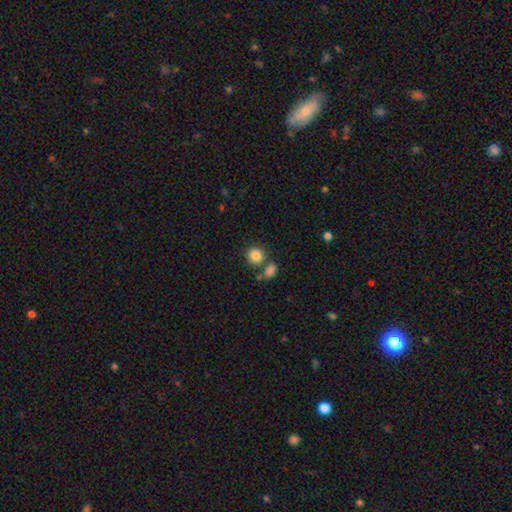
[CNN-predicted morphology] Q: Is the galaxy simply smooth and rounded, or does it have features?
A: smooth — 85%.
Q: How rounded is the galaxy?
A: round — 86%.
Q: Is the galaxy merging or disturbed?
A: none — 67%.